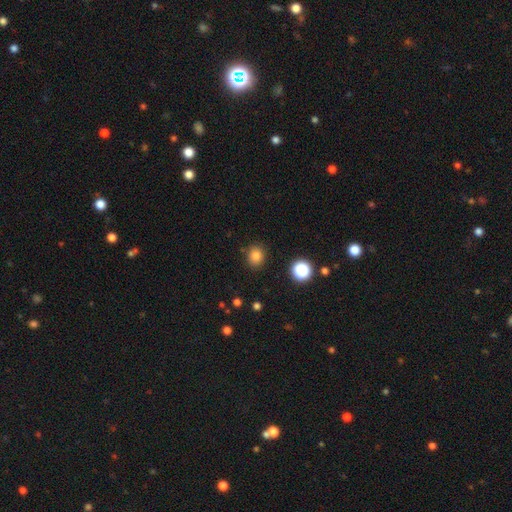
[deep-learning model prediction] Smooth or featured?
  - smooth: 82% *
  - star or artifact: 14%
  - featured or disk: 5%
How rounded?
  - round: 68% *
  - in between: 31%
  - cigar-shaped: 1%
Merging?
  - none: 85% *
  - minor disturbance: 10%
  - major disturbance: 3%
  - merger: 2%